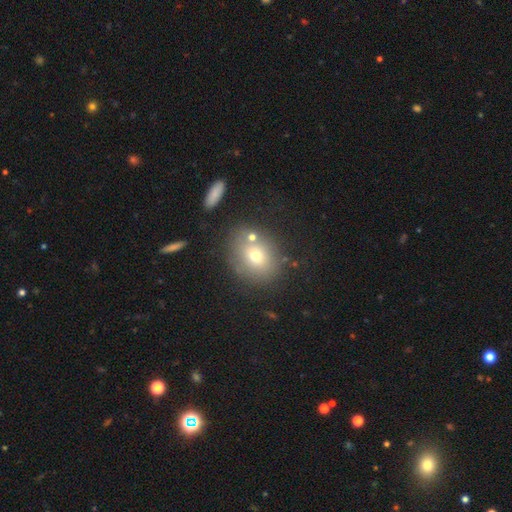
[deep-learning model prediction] Q: Smooth or featured?
A: smooth (68%); runner-up: featured or disk (17%)
Q: How rounded?
A: round (66%); runner-up: in between (33%)
Q: Merging?
A: none (72%); runner-up: minor disturbance (12%)